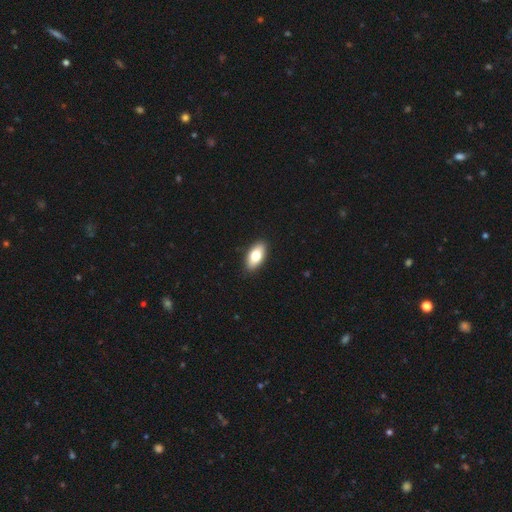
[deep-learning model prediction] Q: Smooth or featured?
A: smooth (77%); runner-up: featured or disk (17%)
Q: How rounded?
A: in between (90%); runner-up: cigar-shaped (6%)
Q: Merging?
A: none (90%); runner-up: minor disturbance (7%)